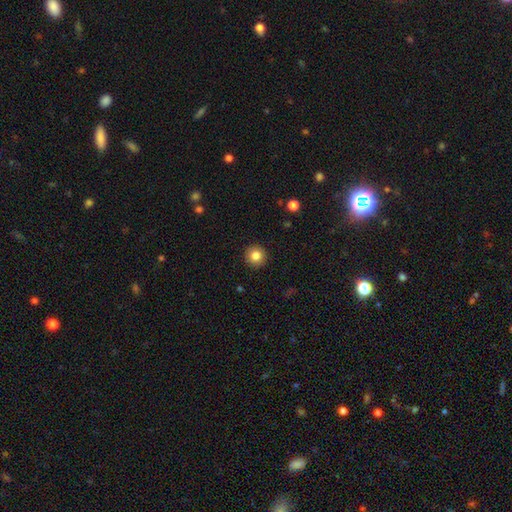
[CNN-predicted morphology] smooth_or_featured: smooth (p=0.83) [alt: star or artifact p=0.10]
how_rounded: round (p=0.95) [alt: in between p=0.04]
merging: none (p=0.92) [alt: minor disturbance p=0.05]